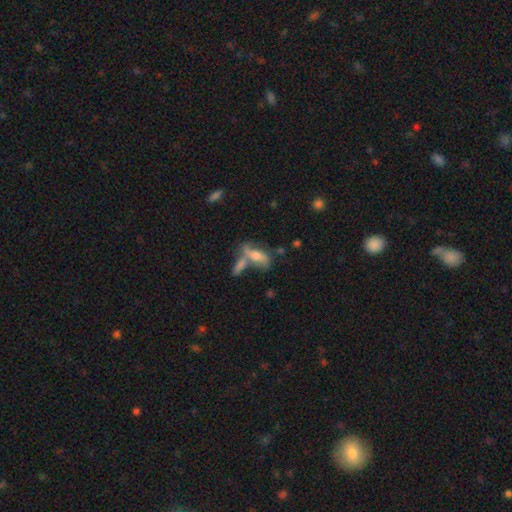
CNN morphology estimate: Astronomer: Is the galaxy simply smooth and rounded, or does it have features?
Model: smooth — 52% (runner-up: featured or disk, 38%).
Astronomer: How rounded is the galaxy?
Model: in between — 66%.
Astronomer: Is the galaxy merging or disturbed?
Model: merger — 41% (runner-up: none, 36%).